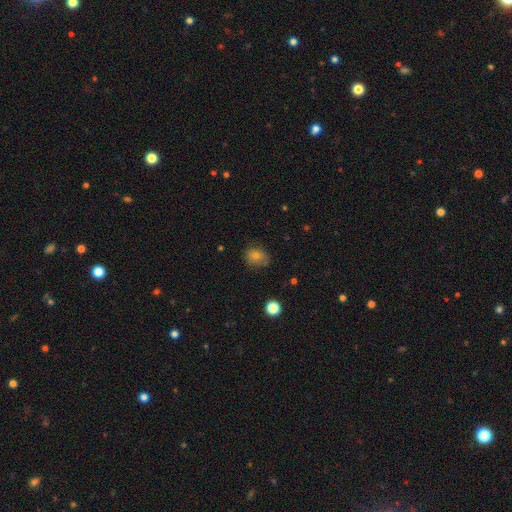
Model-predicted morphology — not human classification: smooth_or_featured: smooth (p=0.75) [alt: star or artifact p=0.14]
how_rounded: round (p=0.58) [alt: in between p=0.41]
merging: none (p=0.74) [alt: minor disturbance p=0.20]